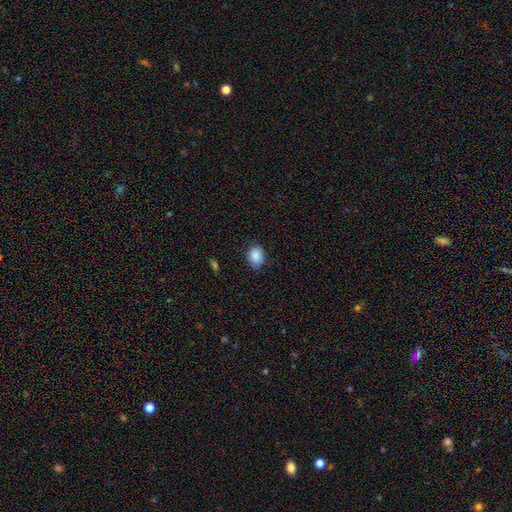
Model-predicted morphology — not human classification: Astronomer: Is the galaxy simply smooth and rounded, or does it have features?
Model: smooth — 88%.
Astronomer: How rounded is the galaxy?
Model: in between — 67%.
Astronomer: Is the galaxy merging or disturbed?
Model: none — 80%.